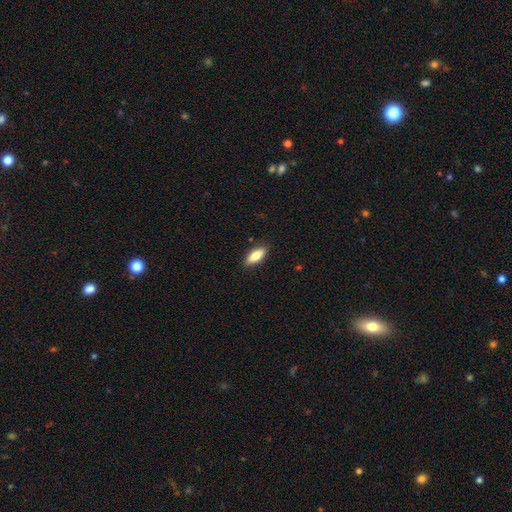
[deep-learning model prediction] A smooth galaxy with no disk features (79%) that is in between round and cigar-shaped (78%). Merging: none (88%).